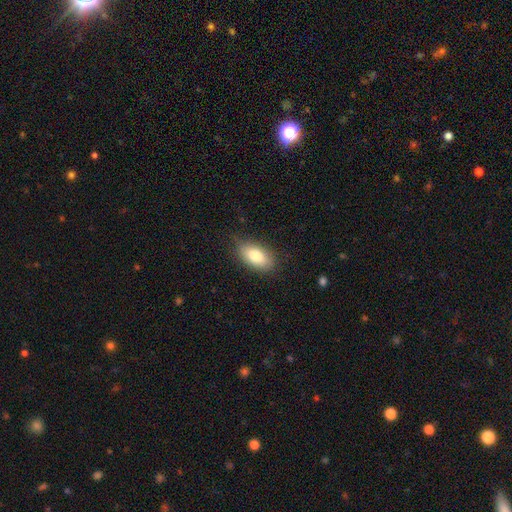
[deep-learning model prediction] Morphology: type=smooth (80%); roundness=in between (91%); merging=none (82%).